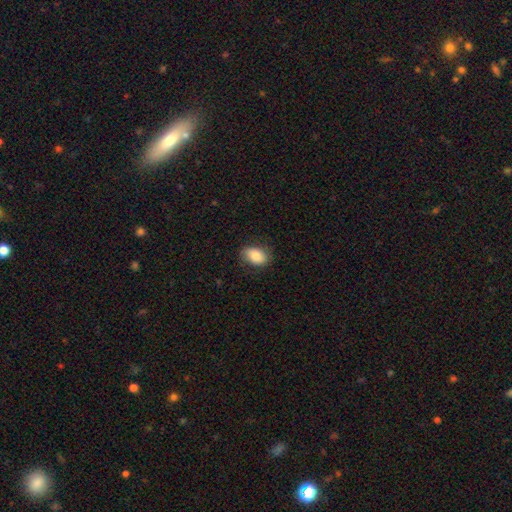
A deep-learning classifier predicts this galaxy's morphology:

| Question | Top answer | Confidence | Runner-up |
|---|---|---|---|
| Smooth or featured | smooth | 81% | featured or disk (12%) |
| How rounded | in between | 84% | round (14%) |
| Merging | none | 79% | minor disturbance (16%) |